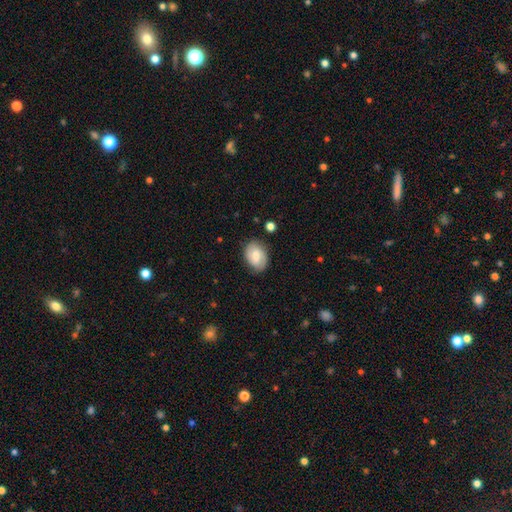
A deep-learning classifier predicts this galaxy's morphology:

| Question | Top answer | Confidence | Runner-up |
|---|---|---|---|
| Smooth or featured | smooth | 58% | featured or disk (35%) |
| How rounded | in between | 78% | round (21%) |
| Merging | none | 80% | minor disturbance (15%) |